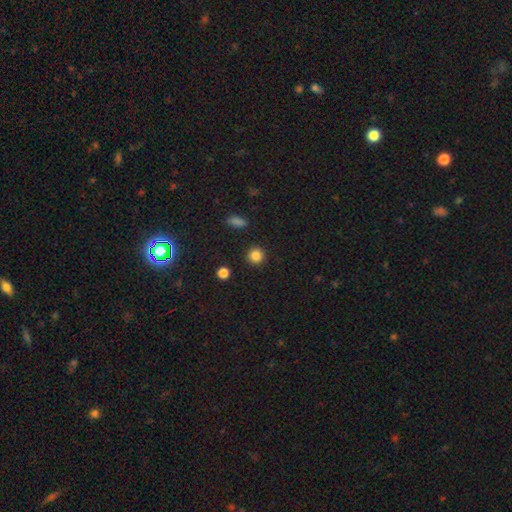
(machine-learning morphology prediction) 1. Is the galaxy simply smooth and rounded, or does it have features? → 84% smooth, 11% star or artifact, 4% featured or disk.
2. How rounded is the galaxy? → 93% round, 6% in between, 1% cigar-shaped.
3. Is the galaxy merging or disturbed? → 91% none, 6% minor disturbance, 2% major disturbance, 2% merger.